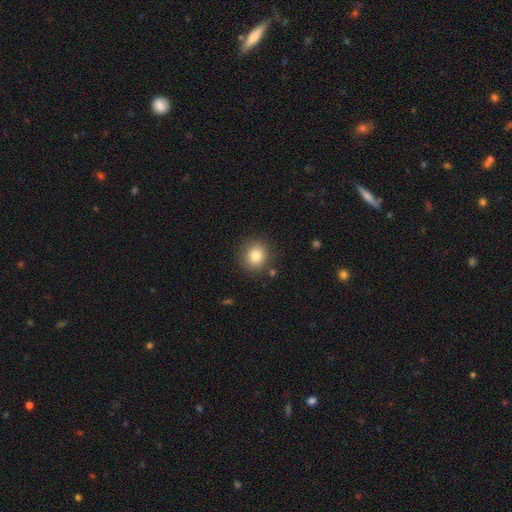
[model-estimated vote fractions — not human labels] Morphology: type=smooth (80%); roundness=round (88%); merging=none (87%).